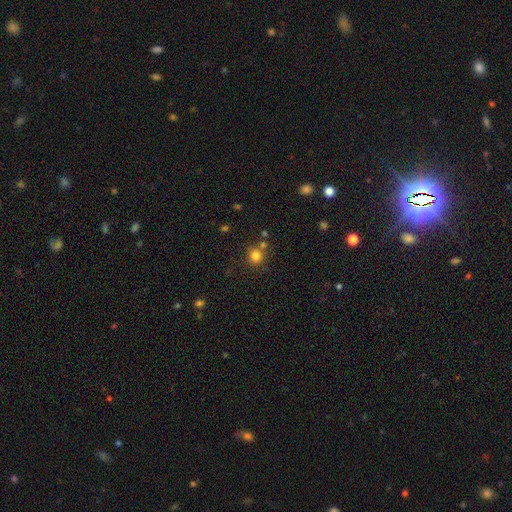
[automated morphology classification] This appears to be a smooth galaxy with no disk features (79%) that is round (89%). Merging: none (73%).